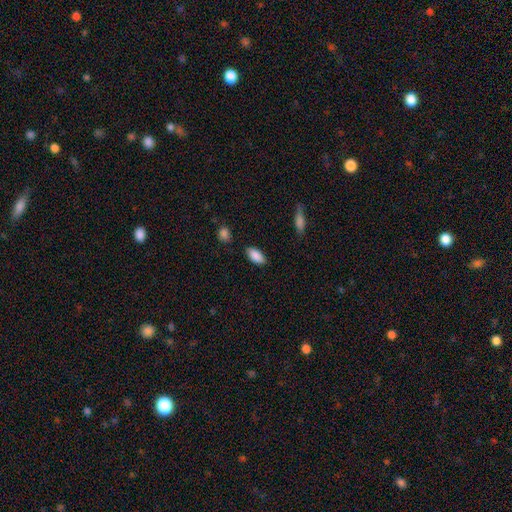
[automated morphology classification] Smooth or featured?
  - smooth: 89% *
  - star or artifact: 6%
  - featured or disk: 5%
How rounded?
  - in between: 91% *
  - cigar-shaped: 7%
  - round: 2%
Merging?
  - none: 83% *
  - minor disturbance: 12%
  - major disturbance: 3%
  - merger: 2%